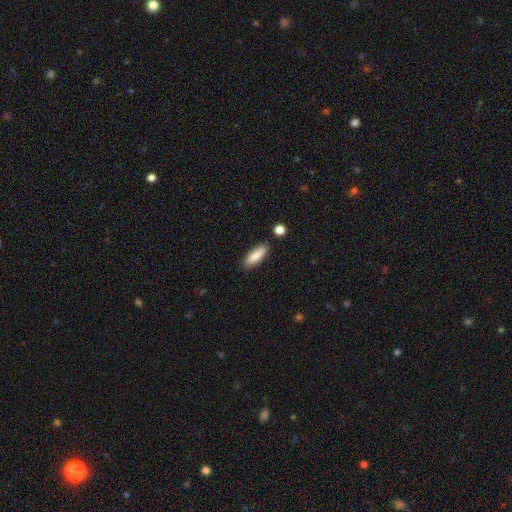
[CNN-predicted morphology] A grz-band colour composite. It shows a smooth galaxy with no disk features (85%) that is in between round and cigar-shaped (59%). Merging: none (84%).